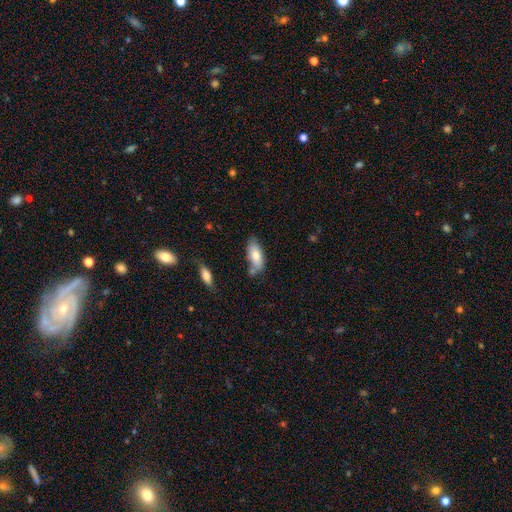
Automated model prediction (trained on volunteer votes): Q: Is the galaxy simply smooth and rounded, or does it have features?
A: smooth — 77%.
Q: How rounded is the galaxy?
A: in between — 82%.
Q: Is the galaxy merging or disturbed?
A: none — 63%.